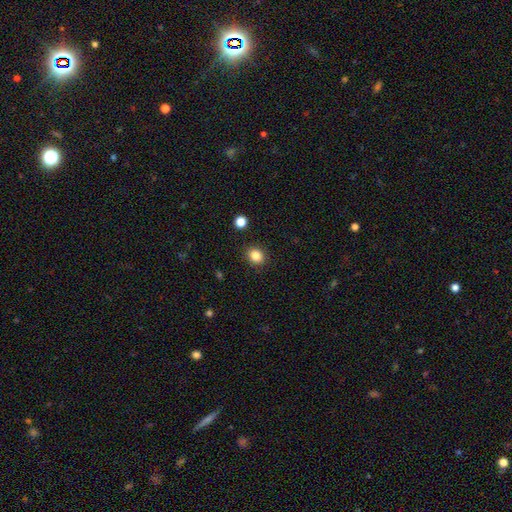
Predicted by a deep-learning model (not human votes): Morphology: type=smooth (84%); roundness=round (71%); merging=none (89%).